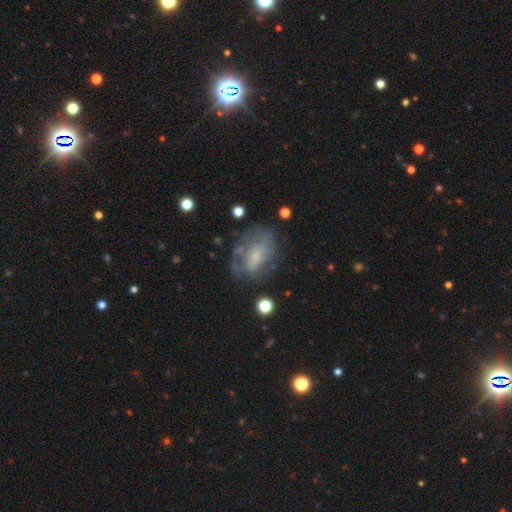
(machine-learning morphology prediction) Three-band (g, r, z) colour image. It shows a featured or disk galaxy (53%) with no bar (64%), spiral arms (51%) and a small central bulge (50%). Merging: none (53%).